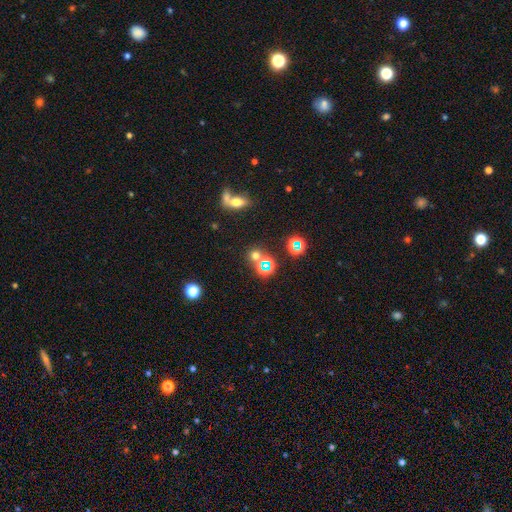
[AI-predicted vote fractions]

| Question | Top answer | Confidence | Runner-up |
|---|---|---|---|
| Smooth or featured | smooth | 50% | star or artifact (40%) |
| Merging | none | 64% | merger (23%) |